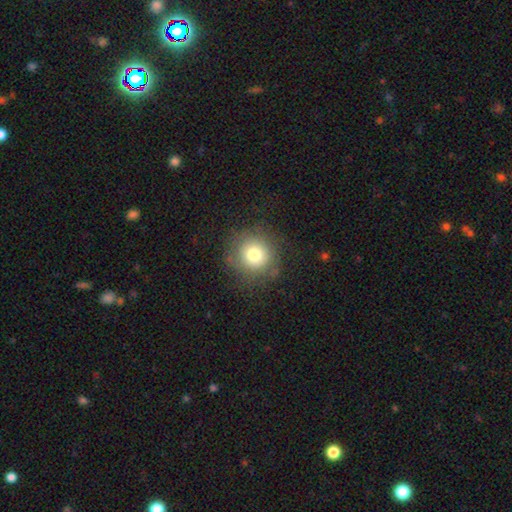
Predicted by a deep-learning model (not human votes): Smooth or featured? Predicted: smooth (p=0.73). How rounded? Predicted: round (p=0.93). Merging? Predicted: none (p=0.80).